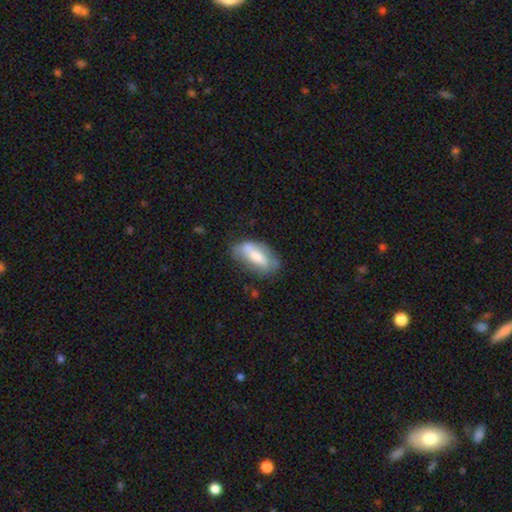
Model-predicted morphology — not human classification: The model was most divided on "smooth or featured": smooth: 59%, featured or disk: 34%, star or artifact: 7%. More confident: how rounded — in between (82%); merging — none (55%).